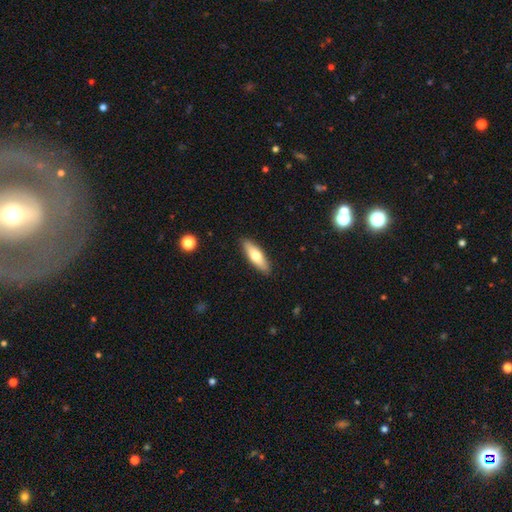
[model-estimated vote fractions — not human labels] Overall: smooth (64%; featured or disk 31%). How rounded: cigar-shaped (53%; in between 45%). Merging: none (90%).